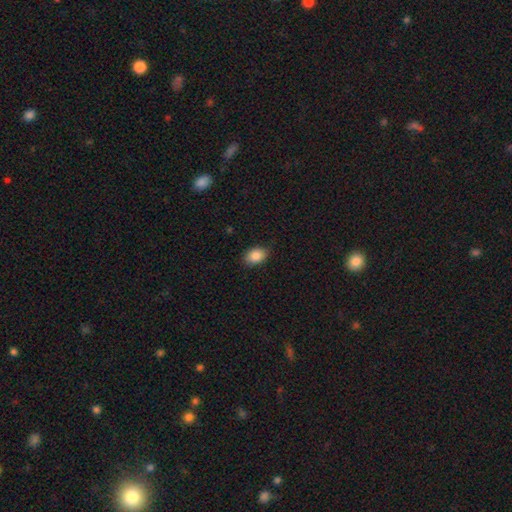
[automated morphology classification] Smooth or featured: smooth — 86% (star or artifact — 8%)
How rounded: in between — 79% (round — 19%)
Merging: none — 83% (minor disturbance — 14%)